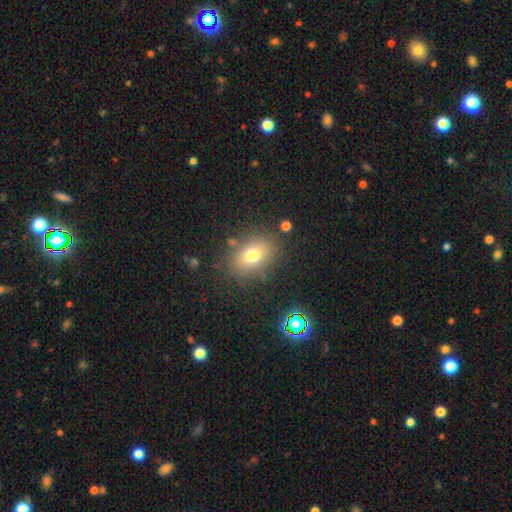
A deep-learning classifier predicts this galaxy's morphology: A smooth galaxy with no disk features (67%) that is in between round and cigar-shaped (69%).

Vote fractions:
- Smooth or featured? smooth: 67% / star or artifact: 20% / featured or disk: 13%
- How rounded? in between: 69% / round: 29% / cigar-shaped: 2%
- Merging? none: 83% / minor disturbance: 10% / major disturbance: 4% / merger: 3%